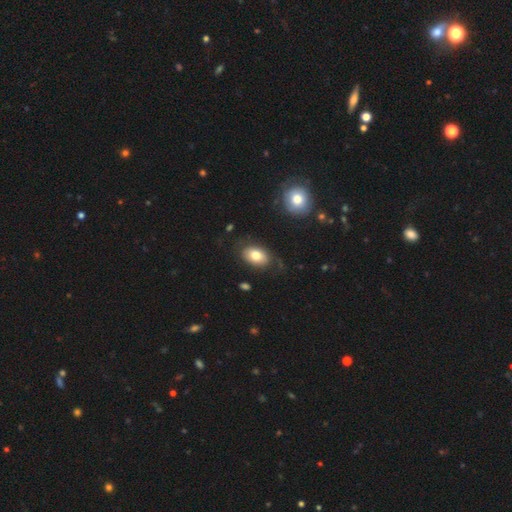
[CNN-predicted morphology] Overall: smooth (75%). How rounded: in between (87%). Merging: none (73%).